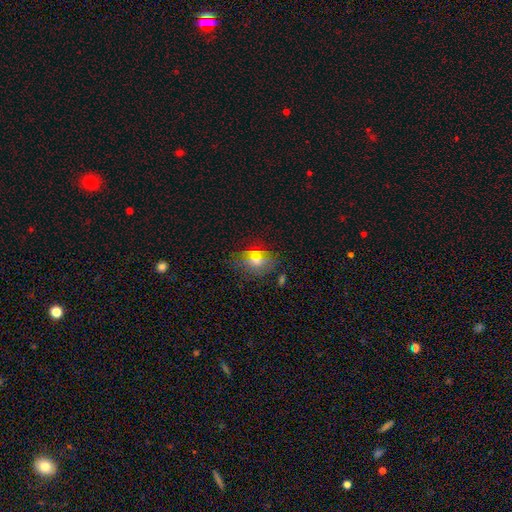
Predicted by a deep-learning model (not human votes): The model was most divided on "how rounded": round: 52%, in between: 44%, cigar-shaped: 4%. More confident: merging — none (71%); smooth or featured — smooth (56%).